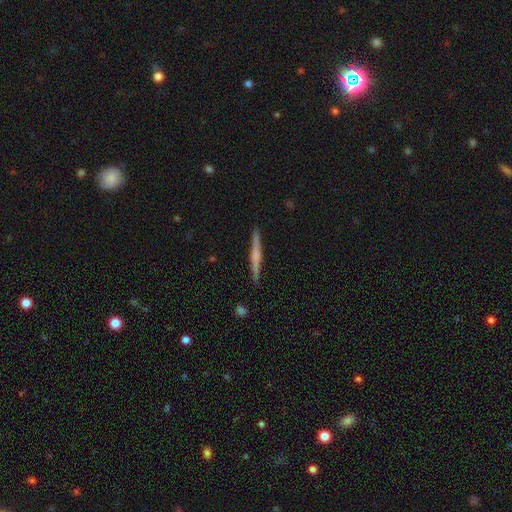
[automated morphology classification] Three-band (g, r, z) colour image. It shows a featured or disk galaxy (65%) viewed edge-on (98%) with a rounded central bulge (61%). Merging: none (92%).